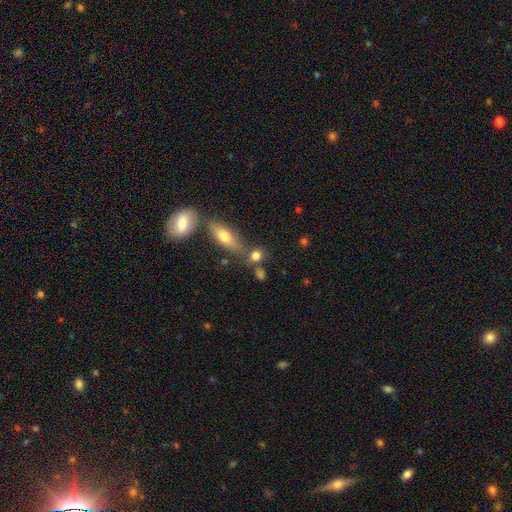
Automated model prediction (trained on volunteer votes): A smooth galaxy with no disk features (77%) that is round (58%). Merging: none (62%).